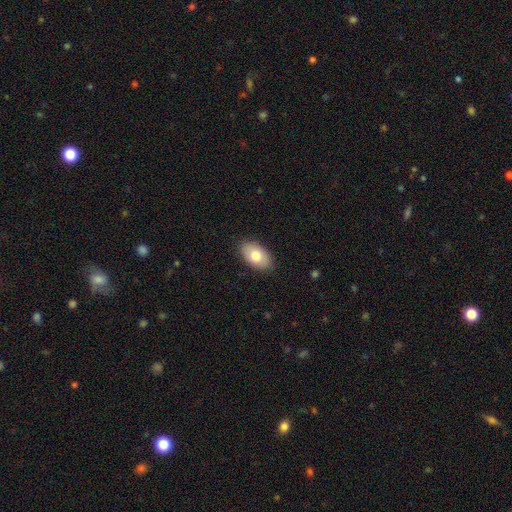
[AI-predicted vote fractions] Smooth or featured: smooth — 76% (featured or disk — 17%)
How rounded: in between — 93% (round — 5%)
Merging: none — 87% (minor disturbance — 10%)